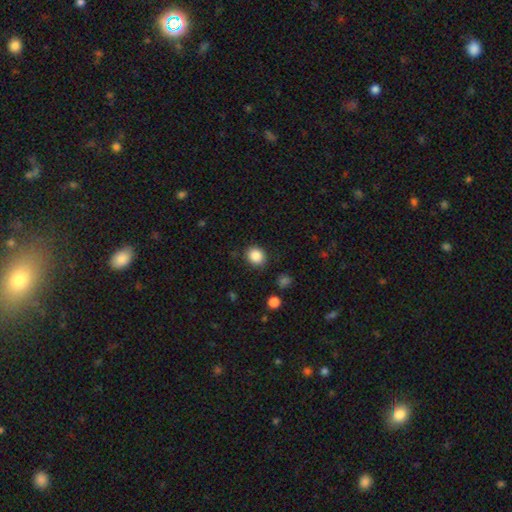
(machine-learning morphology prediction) Smooth or featured: smooth — 87% (star or artifact — 9%)
How rounded: round — 71% (in between — 28%)
Merging: none — 87% (minor disturbance — 9%)